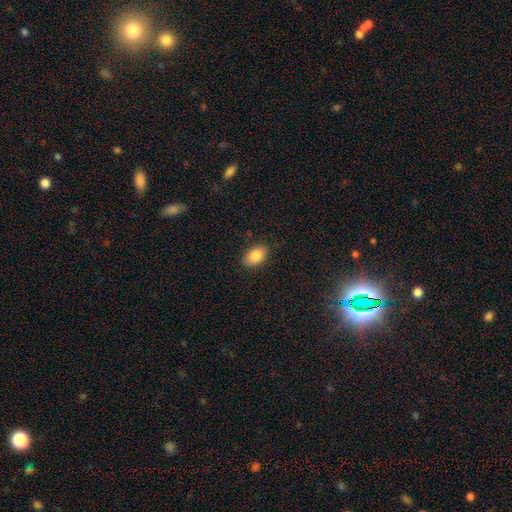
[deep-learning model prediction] smooth-or-featured: smooth: 85% | star or artifact: 8% | featured or disk: 7%
  how-rounded: in between: 88% | round: 11% | cigar-shaped: 1%
  merging: none: 87% | minor disturbance: 10% | major disturbance: 2% | merger: 1%